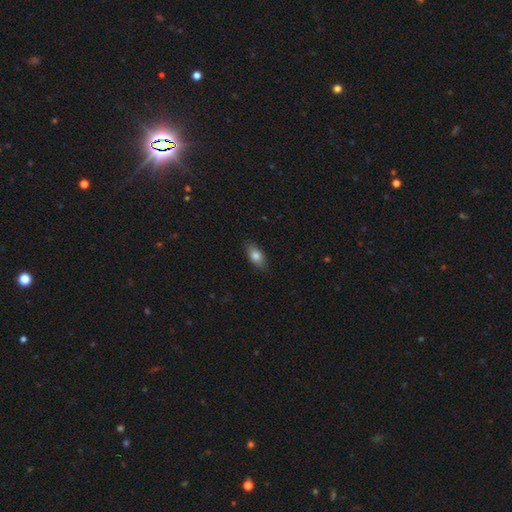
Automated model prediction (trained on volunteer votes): Morphology: type=smooth (80%); roundness=in between (87%); merging=none (86%).